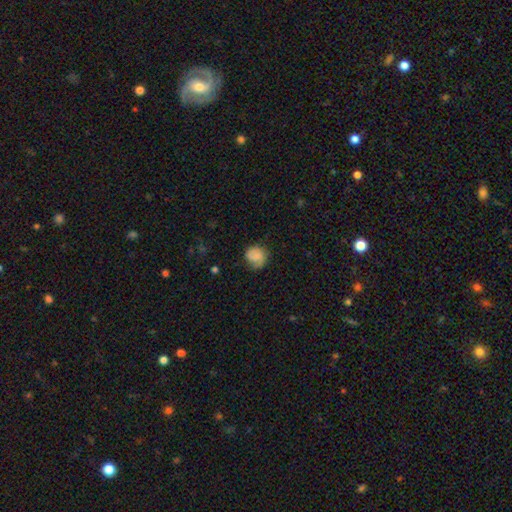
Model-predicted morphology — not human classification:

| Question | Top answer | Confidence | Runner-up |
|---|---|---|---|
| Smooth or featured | smooth | 77% | featured or disk (15%) |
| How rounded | round | 78% | in between (21%) |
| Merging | none | 57% | minor disturbance (30%) |